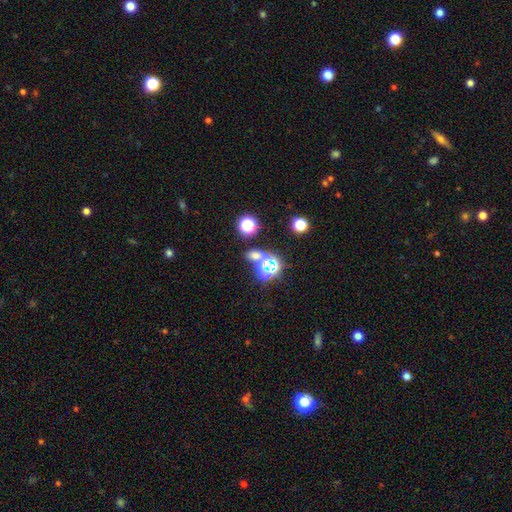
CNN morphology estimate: smooth_or_featured: star or artifact (p=0.46) [alt: smooth p=0.45]